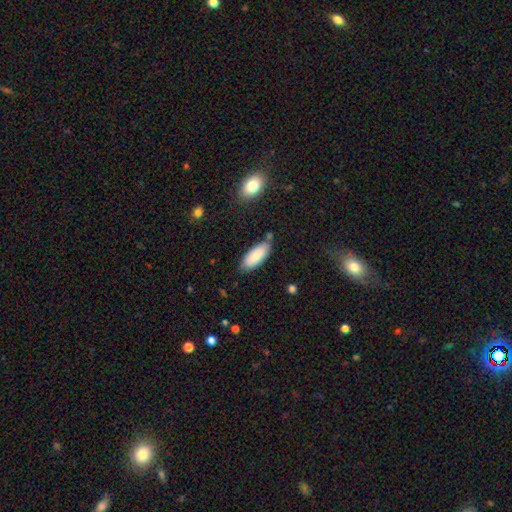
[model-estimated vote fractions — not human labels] The model was most divided on "how rounded": in between: 79%, cigar-shaped: 19%, round: 2%. More confident: smooth or featured — smooth (84%); merging — none (78%).